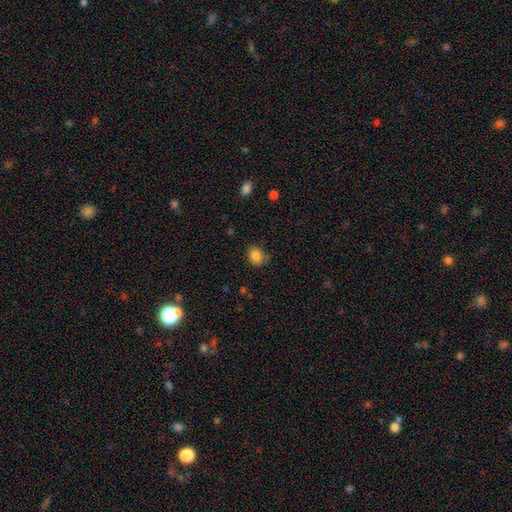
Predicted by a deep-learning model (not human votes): Smooth or featured: smooth — 85% (star or artifact — 10%)
How rounded: round — 54% (in between — 46%)
Merging: none — 71% (minor disturbance — 21%)